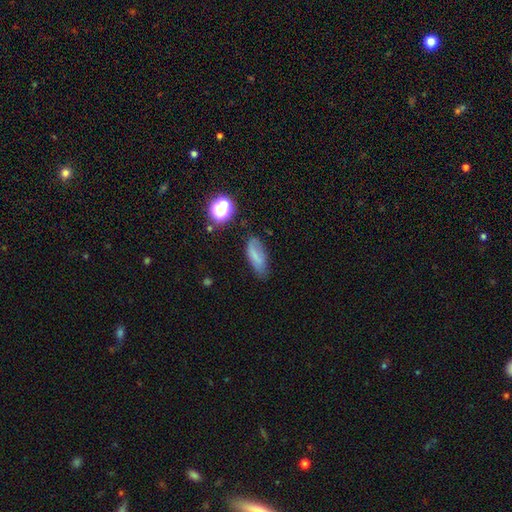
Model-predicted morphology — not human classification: smooth_or_featured: smooth (p=0.66) [alt: featured or disk p=0.21]
how_rounded: in between (p=0.78) [alt: cigar-shaped p=0.18]
merging: none (p=0.63) [alt: minor disturbance p=0.26]